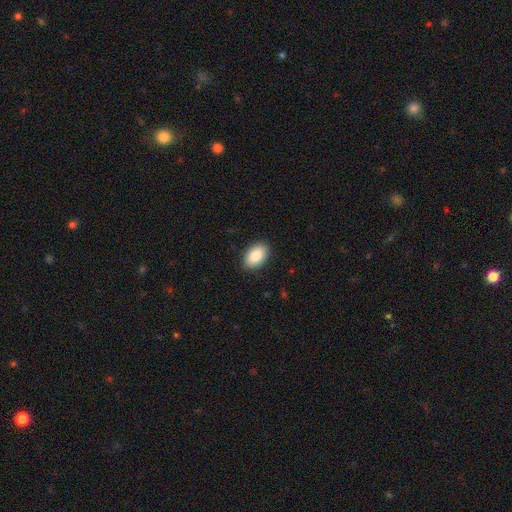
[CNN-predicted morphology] type=smooth (87%); roundness=in between (93%); merging=none (89%).